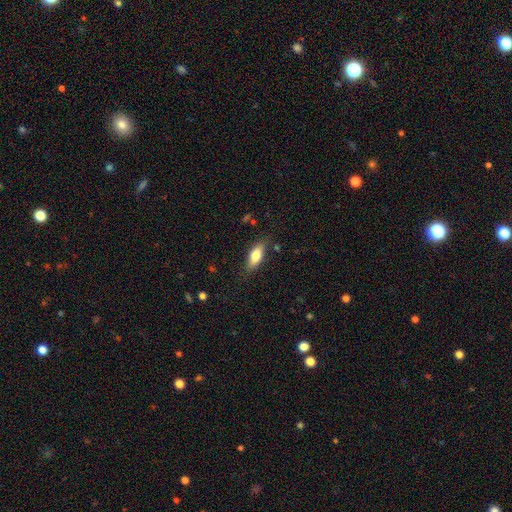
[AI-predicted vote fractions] A smooth galaxy with no disk features (74%) that is in between round and cigar-shaped (70%). Merging: none (81%).